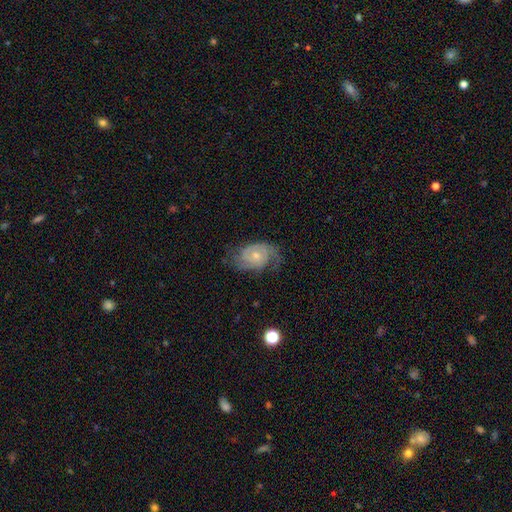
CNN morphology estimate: smooth_or_featured: featured or disk (p=0.80) [alt: smooth p=0.14]
disk_edge_on: no (p=0.97) [alt: yes p=0.03]
bar: no (p=0.72) [alt: weak p=0.24]
has_spiral_arms: yes (p=0.93) [alt: no p=0.07]
spiral_winding: tight (p=0.47) [alt: medium p=0.38]
spiral_arm_count: 2 (p=0.60) [alt: can't tell p=0.18]
bulge_size: small (p=0.54) [alt: moderate p=0.41]
merging: none (p=0.61) [alt: minor disturbance p=0.23]